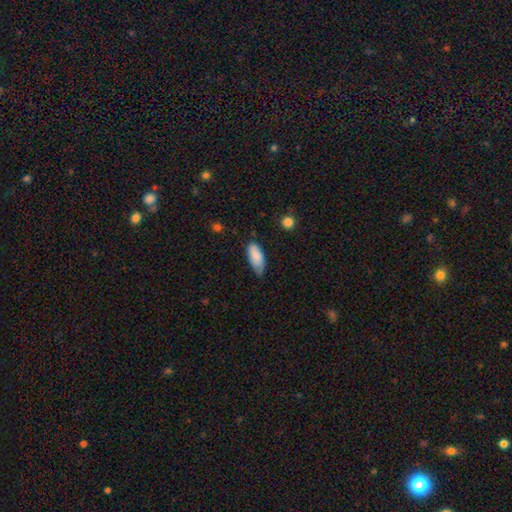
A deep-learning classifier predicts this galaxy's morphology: smooth-or-featured: smooth: 85% | featured or disk: 9% | star or artifact: 6%
  how-rounded: in between: 86% | cigar-shaped: 12% | round: 2%
  merging: none: 55% | minor disturbance: 36% | major disturbance: 7% | merger: 2%